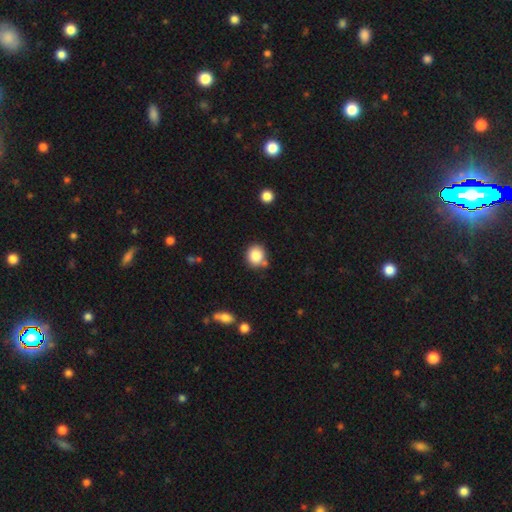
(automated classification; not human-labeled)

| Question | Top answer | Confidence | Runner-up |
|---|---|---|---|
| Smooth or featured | smooth | 84% | star or artifact (10%) |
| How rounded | round | 79% | in between (20%) |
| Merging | none | 75% | minor disturbance (12%) |